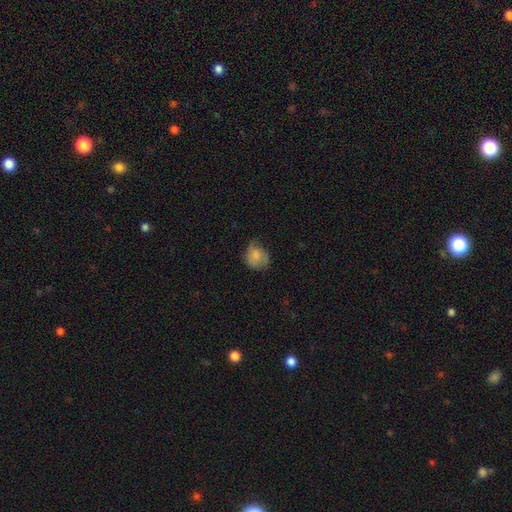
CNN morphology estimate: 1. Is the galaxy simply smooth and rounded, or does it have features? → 73% smooth, 19% featured or disk, 8% star or artifact.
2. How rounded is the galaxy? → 69% round, 30% in between, 1% cigar-shaped.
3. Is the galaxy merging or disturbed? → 50% none, 35% minor disturbance, 14% major disturbance, 1% merger.